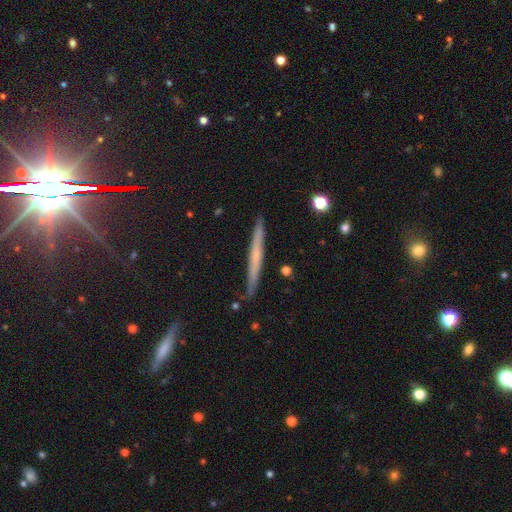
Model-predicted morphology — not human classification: A featured or disk galaxy (52%) viewed edge-on (96%) with no central bulge (65%).

Vote fractions:
- Smooth or featured? featured or disk: 52% / smooth: 40% / star or artifact: 8%
- Edge-on disk? yes: 96% / no: 4%
- Edge-on bulge? none: 65% / rounded: 30% / boxy: 5%
- Merging? none: 88% / minor disturbance: 9% / merger: 2% / major disturbance: 1%